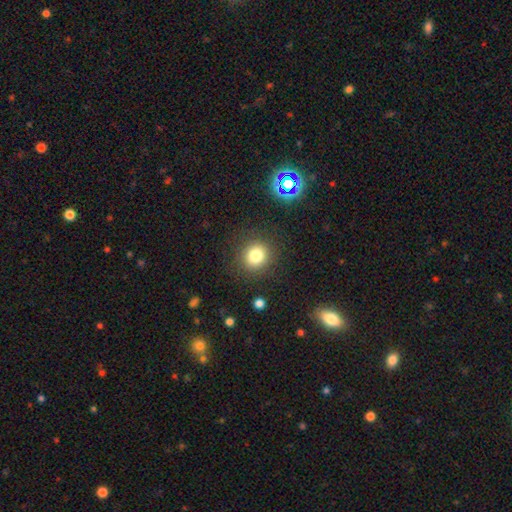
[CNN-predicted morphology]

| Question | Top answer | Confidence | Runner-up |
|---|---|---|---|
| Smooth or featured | smooth | 79% | star or artifact (14%) |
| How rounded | round | 87% | in between (12%) |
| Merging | none | 88% | minor disturbance (7%) |